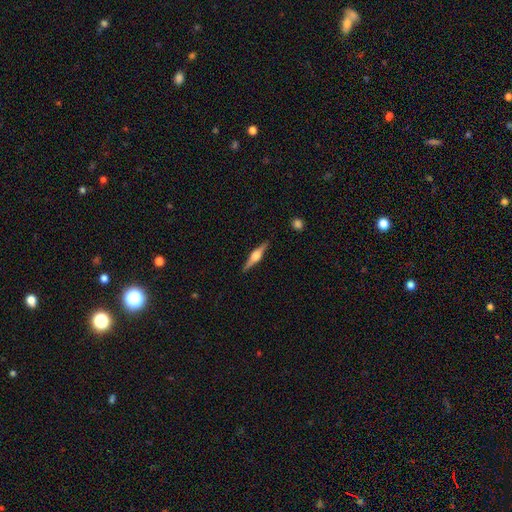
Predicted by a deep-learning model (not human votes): smooth-or-featured: featured or disk: 75% | smooth: 19% | star or artifact: 6%
  disk-edge-on: yes: 98% | no: 2%
    edge-on-bulge: rounded: 87% | boxy: 11% | none: 2%
  merging: none: 89% | minor disturbance: 8% | major disturbance: 2% | merger: 1%